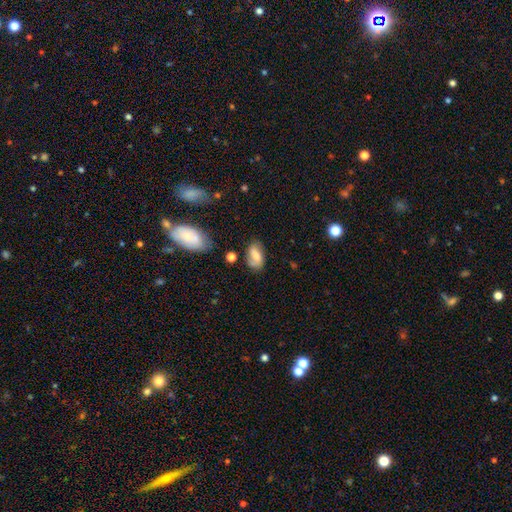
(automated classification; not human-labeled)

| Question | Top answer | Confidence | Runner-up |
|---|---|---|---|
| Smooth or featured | smooth | 58% | featured or disk (33%) |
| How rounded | in between | 90% | round (6%) |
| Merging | none | 63% | minor disturbance (24%) |